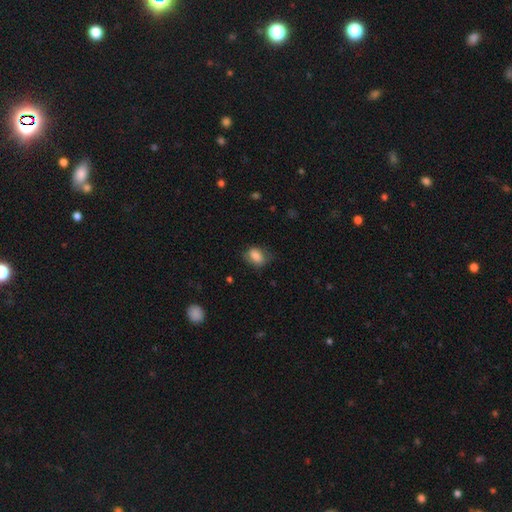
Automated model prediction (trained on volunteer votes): This is likely a smooth galaxy (80%). How rounded: likely in between (76%). Merging: likely none (62%).